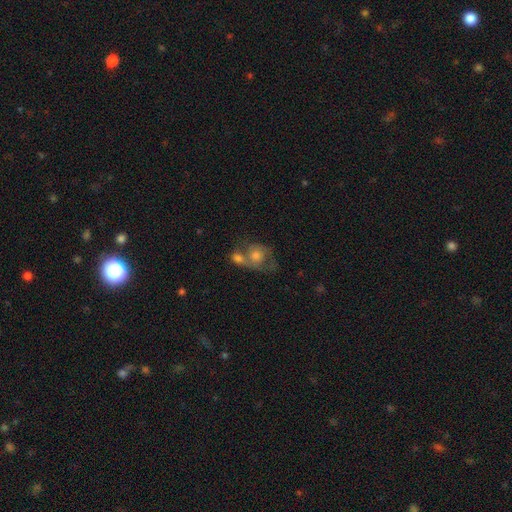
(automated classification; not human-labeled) smooth-or-featured: smooth: 45% | featured or disk: 44% | star or artifact: 11%
  merging: merger: 53% | none: 27% | minor disturbance: 11% | major disturbance: 9%